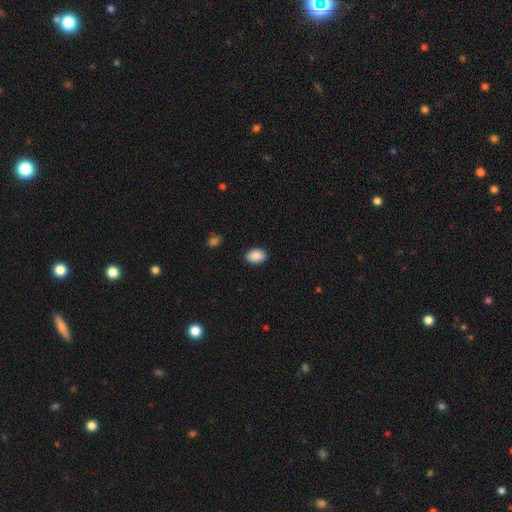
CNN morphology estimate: smooth 90%, star or artifact 7%, featured or disk 3%. Down the decision tree: how rounded — in between (87%); merging — none (88%).